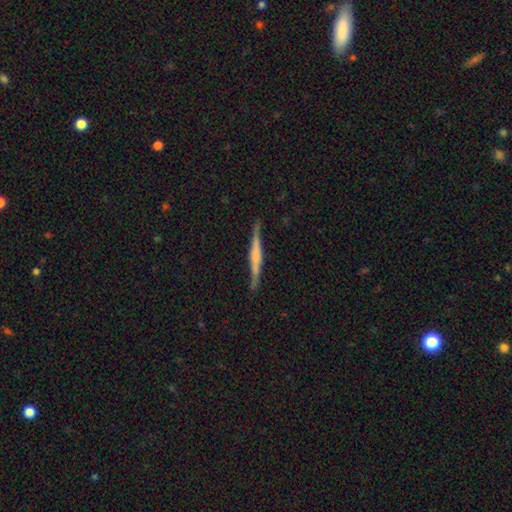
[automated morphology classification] Q: Smooth or featured?
A: featured or disk (65%); runner-up: smooth (29%)
Q: Edge-on disk?
A: yes (97%); runner-up: no (3%)
Q: Edge-on bulge?
A: boxy (39%); runner-up: rounded (33%)
Q: Merging?
A: none (87%); runner-up: minor disturbance (10%)